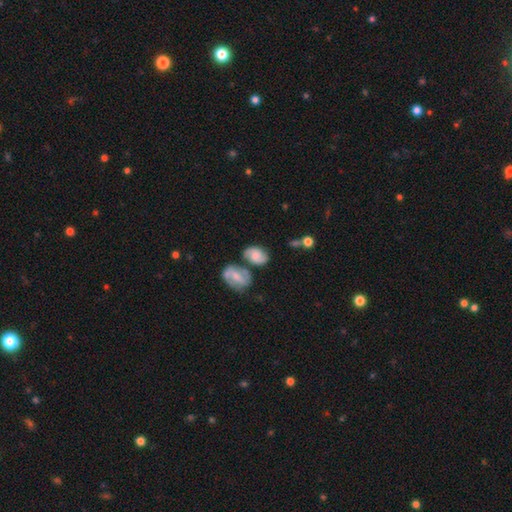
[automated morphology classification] A smooth galaxy with no disk features (49%). Merging: none (47%).